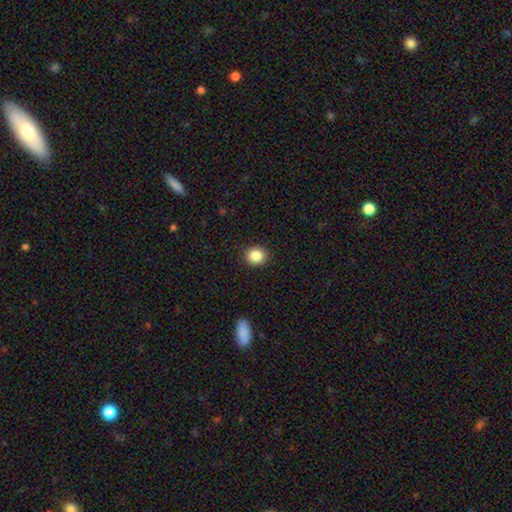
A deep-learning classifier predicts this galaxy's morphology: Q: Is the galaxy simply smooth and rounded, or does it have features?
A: smooth — 86%.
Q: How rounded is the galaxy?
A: round — 72%.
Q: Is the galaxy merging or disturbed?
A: none — 91%.